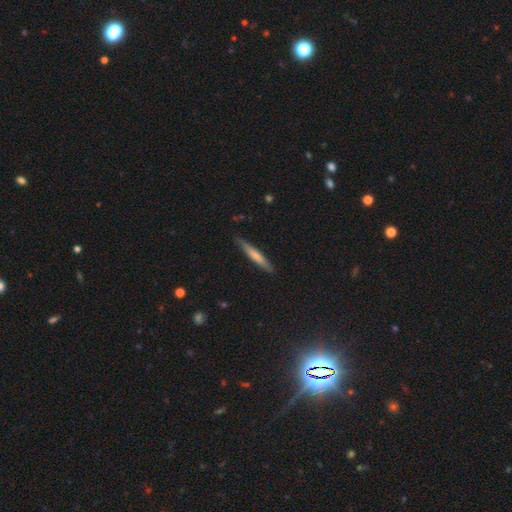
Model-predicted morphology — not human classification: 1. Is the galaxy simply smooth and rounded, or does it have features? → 65% smooth, 29% featured or disk, 5% star or artifact.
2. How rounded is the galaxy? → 94% cigar-shaped, 5% in between, 1% round.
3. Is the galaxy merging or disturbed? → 86% none, 11% minor disturbance, 2% major disturbance, 1% merger.